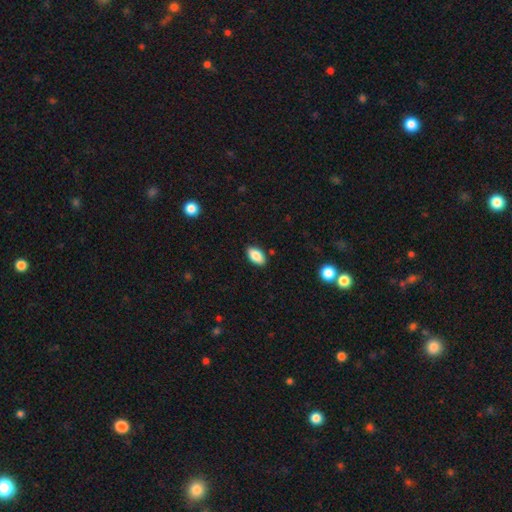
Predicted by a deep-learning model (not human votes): Overall: smooth (86%). How rounded: in between (93%). Merging: none (88%).